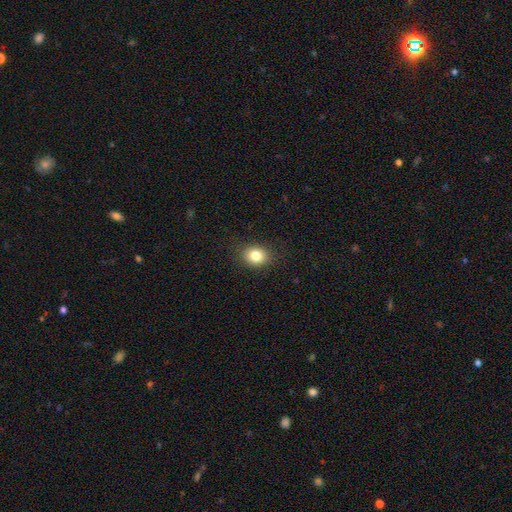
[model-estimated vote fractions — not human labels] Smooth or featured?
  - smooth: 83% *
  - star or artifact: 10%
  - featured or disk: 7%
How rounded?
  - round: 52% *
  - in between: 47%
  - cigar-shaped: 1%
Merging?
  - none: 87% *
  - minor disturbance: 9%
  - major disturbance: 3%
  - merger: 1%